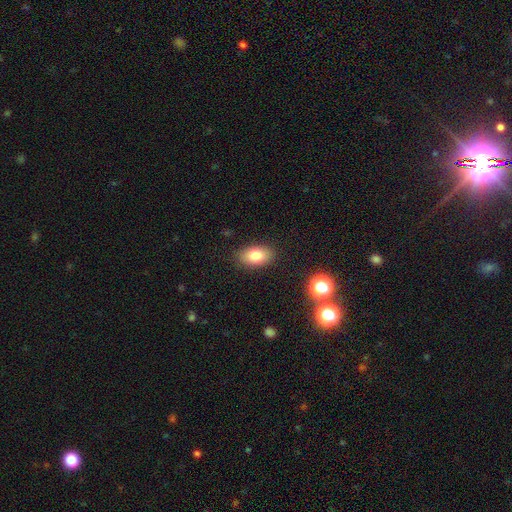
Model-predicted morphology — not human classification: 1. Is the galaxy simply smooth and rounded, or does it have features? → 80% smooth, 11% featured or disk, 9% star or artifact.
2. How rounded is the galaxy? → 88% in between, 10% round, 2% cigar-shaped.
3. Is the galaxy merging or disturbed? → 87% none, 10% minor disturbance, 3% major disturbance, 1% merger.